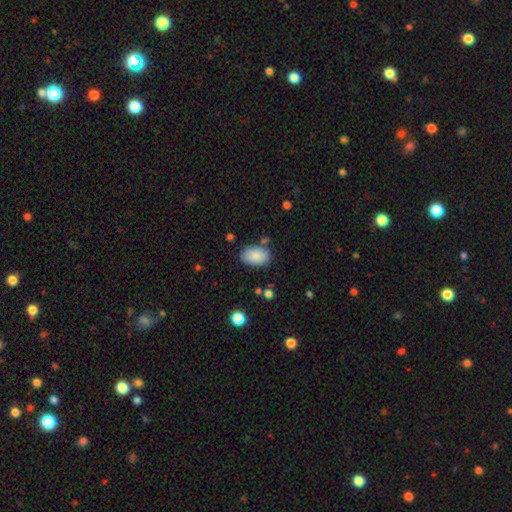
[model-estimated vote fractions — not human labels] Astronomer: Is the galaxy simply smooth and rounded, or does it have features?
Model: smooth — 87%.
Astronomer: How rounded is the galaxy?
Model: in between — 90%.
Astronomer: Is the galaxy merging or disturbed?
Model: none — 80%.